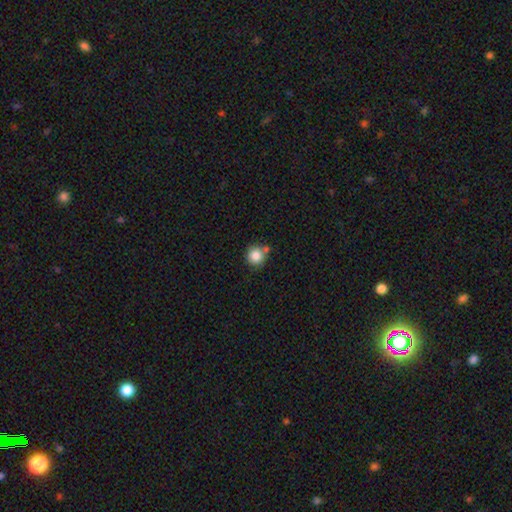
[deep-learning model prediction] A smooth galaxy with no disk features (85%) that is round (93%).

Vote fractions:
- Smooth or featured? smooth: 85% / star or artifact: 10% / featured or disk: 5%
- How rounded? round: 93% / in between: 6% / cigar-shaped: 1%
- Merging? none: 66% / merger: 17% / minor disturbance: 13% / major disturbance: 3%